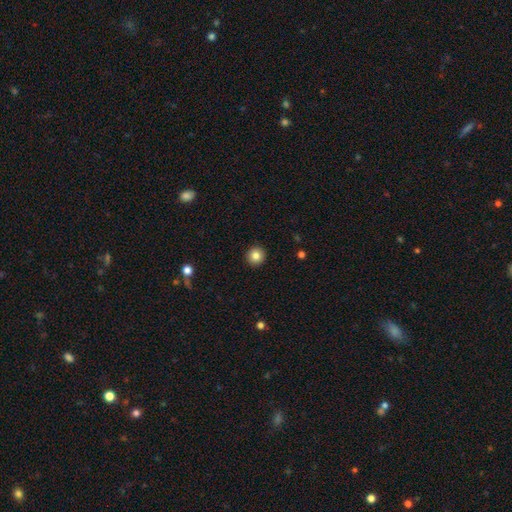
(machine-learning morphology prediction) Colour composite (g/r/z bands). It shows a smooth galaxy with no disk features (83%) that is round (93%). Merging: none (93%).